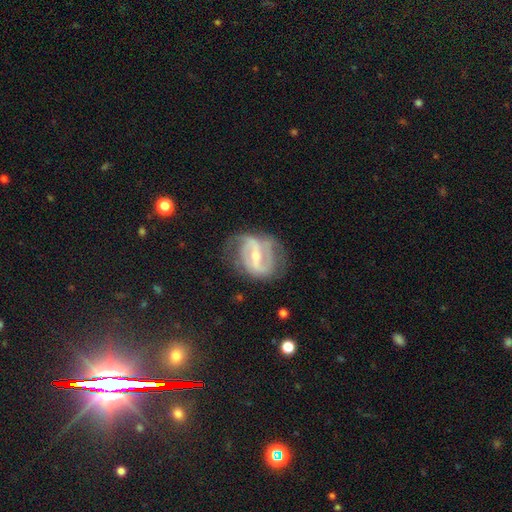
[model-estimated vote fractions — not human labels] Overall: featured or disk (86%). Edge-on disk: no (96%). Bar: strong (56%; weak 34%). Spiral arms: yes (92%). Spiral arm count: 2 (66%). Spiral winding: medium (46%; tight 28%). Bulge size: small (55%; moderate 40%). Merging: none (59%; minor disturbance 24%).